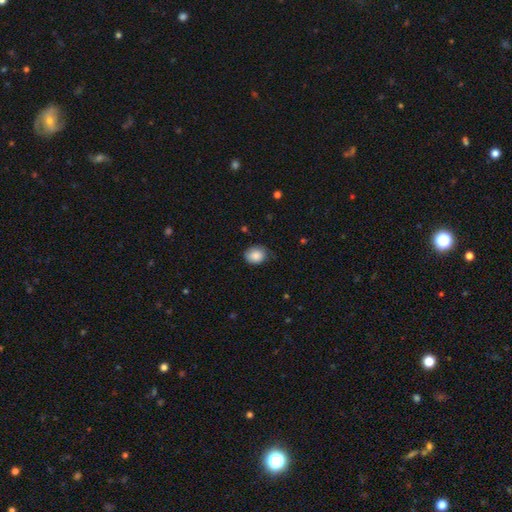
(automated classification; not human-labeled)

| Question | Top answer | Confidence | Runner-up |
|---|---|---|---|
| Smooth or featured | smooth | 86% | star or artifact (8%) |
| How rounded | round | 58% | in between (41%) |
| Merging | none | 72% | minor disturbance (23%) |